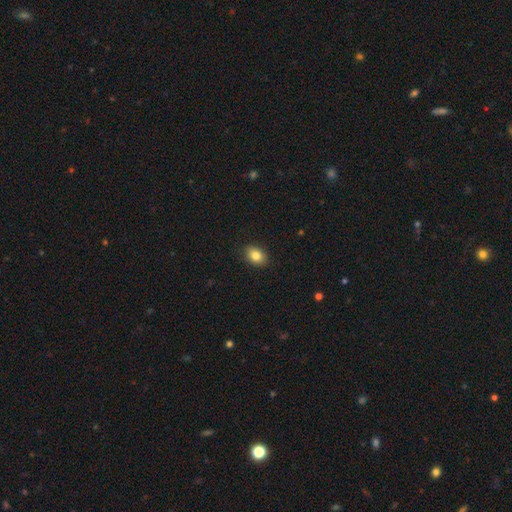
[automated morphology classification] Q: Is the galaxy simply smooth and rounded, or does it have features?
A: smooth — 83%.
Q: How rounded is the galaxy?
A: in between — 79%.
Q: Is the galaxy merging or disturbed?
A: none — 89%.